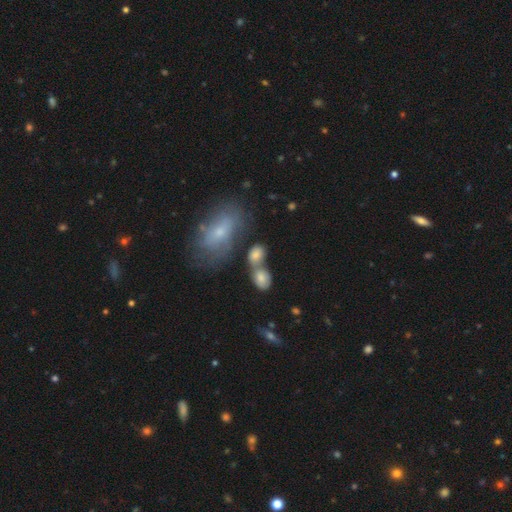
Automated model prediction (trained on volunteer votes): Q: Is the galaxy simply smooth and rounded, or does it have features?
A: smooth — 62%.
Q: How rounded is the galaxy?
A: in between — 67%.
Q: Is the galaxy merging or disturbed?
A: none — 45%.